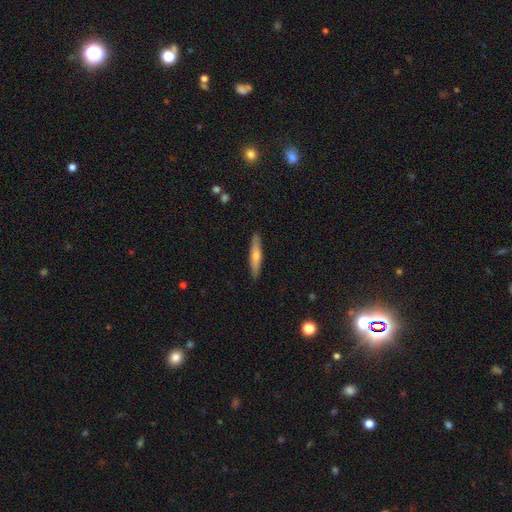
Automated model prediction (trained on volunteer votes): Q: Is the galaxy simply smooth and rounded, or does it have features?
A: smooth — 63%.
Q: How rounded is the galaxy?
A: cigar-shaped — 87%.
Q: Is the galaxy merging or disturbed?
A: none — 89%.